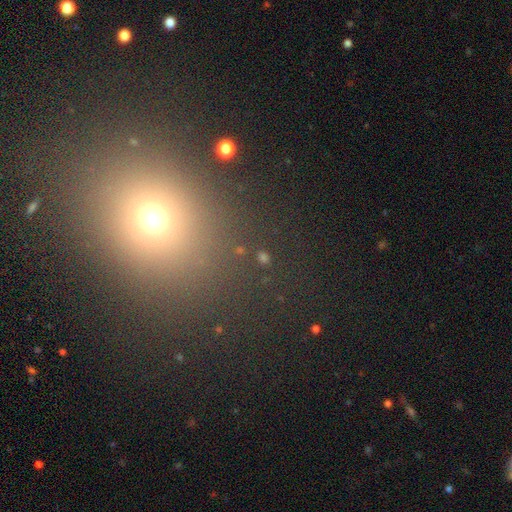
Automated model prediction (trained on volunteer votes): Morphology: type=smooth (58%); roundness=round (68%); merging=none (84%).